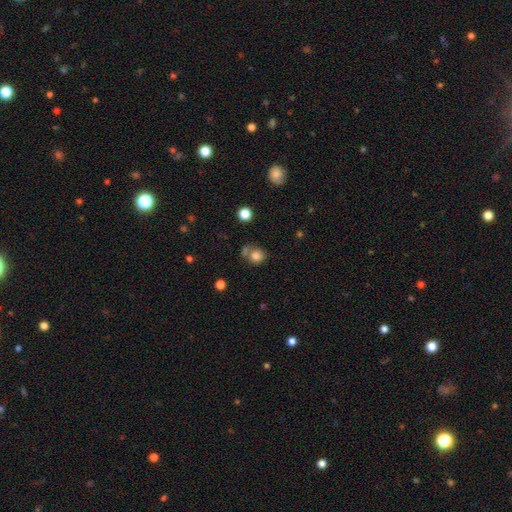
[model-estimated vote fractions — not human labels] smooth-or-featured: smooth: 80% | star or artifact: 12% | featured or disk: 8%
  how-rounded: round: 77% | in between: 22% | cigar-shaped: 1%
  merging: none: 55% | merger: 26% | minor disturbance: 13% | major disturbance: 6%